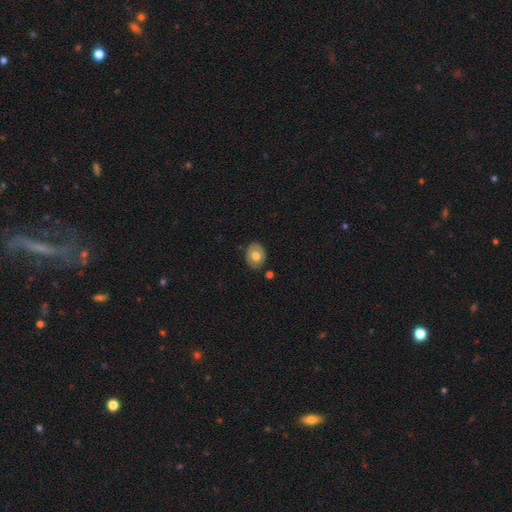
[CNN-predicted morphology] This is likely a smooth galaxy (65%). How rounded: likely in between (60%). Merging: clearly none (82%).